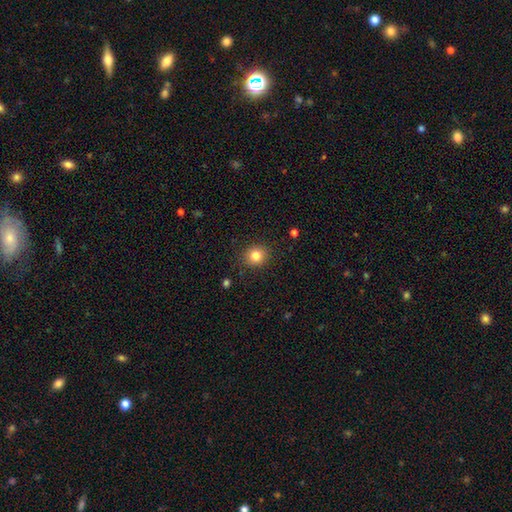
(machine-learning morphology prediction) Smooth or featured: smooth — 82% (star or artifact — 11%)
How rounded: round — 81% (in between — 18%)
Merging: none — 88% (minor disturbance — 8%)